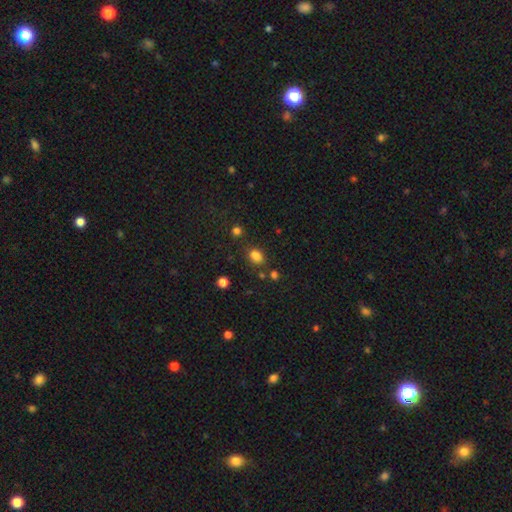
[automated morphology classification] Smooth or featured: smooth — 79% (star or artifact — 15%)
How rounded: in between — 64% (round — 34%)
Merging: none — 71% (minor disturbance — 14%)